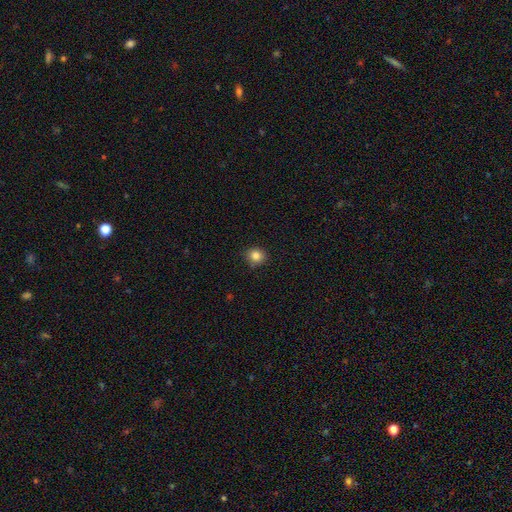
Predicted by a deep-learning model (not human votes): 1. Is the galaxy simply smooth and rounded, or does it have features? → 83% smooth, 11% star or artifact, 5% featured or disk.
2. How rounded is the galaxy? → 83% round, 16% in between, 1% cigar-shaped.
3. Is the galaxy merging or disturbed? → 85% none, 12% minor disturbance, 2% major disturbance, 1% merger.